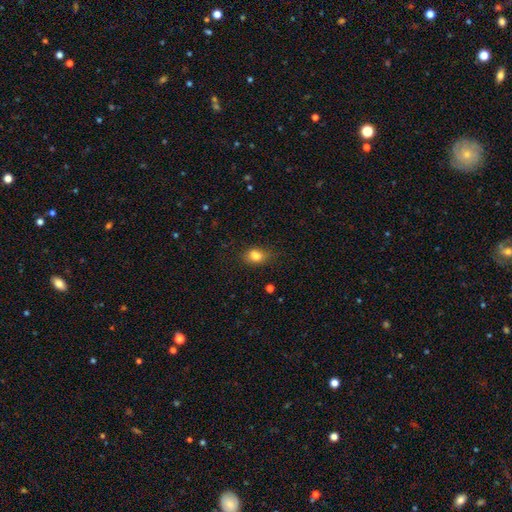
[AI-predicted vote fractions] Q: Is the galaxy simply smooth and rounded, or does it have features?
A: smooth — 80%.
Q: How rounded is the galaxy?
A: in between — 73%.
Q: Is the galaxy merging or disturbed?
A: none — 65%.